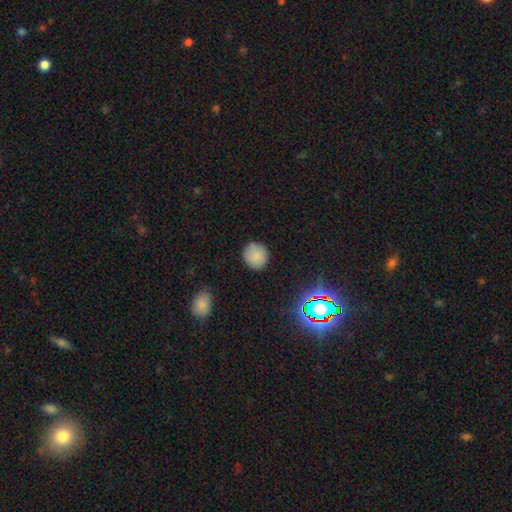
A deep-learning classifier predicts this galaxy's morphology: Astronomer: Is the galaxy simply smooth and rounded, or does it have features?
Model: smooth — 85%.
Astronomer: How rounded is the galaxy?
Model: round — 91%.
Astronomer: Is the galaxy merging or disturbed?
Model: none — 88%.